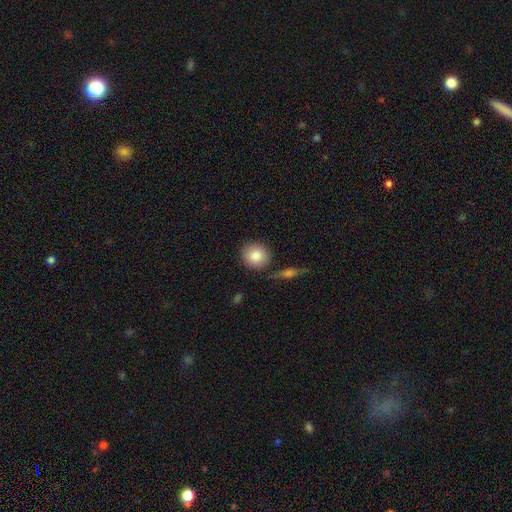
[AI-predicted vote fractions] Smooth or featured?
  - smooth: 85% *
  - featured or disk: 8%
  - star or artifact: 7%
How rounded?
  - round: 88% *
  - in between: 11%
  - cigar-shaped: 1%
Merging?
  - none: 84% *
  - minor disturbance: 9%
  - merger: 5%
  - major disturbance: 3%